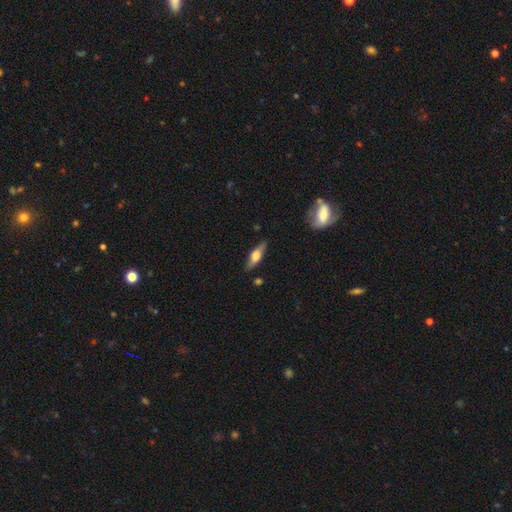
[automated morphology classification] Smooth or featured: featured or disk — 49% (smooth — 45%)
Merging: none — 83% (minor disturbance — 13%)